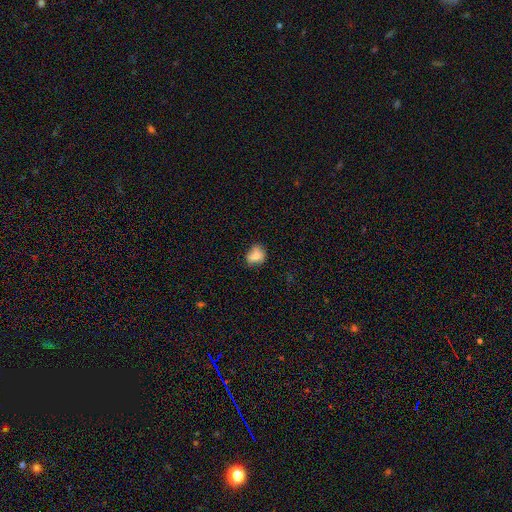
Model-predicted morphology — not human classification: Smooth or featured: smooth — 77% (featured or disk — 13%)
How rounded: round — 52% (in between — 46%)
Merging: none — 56% (minor disturbance — 31%)